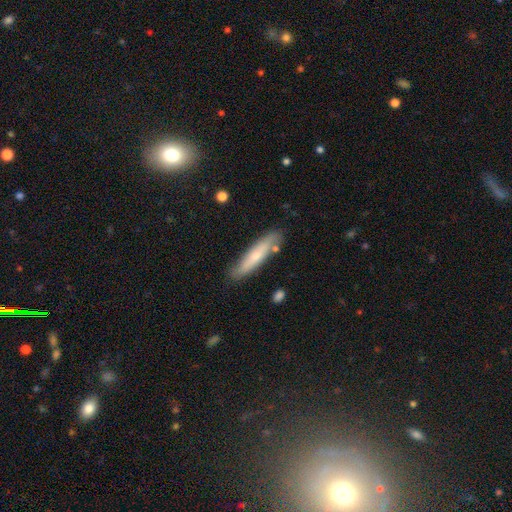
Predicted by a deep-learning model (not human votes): The model was most divided on "smooth or featured": smooth: 60%, featured or disk: 34%, star or artifact: 6%. More confident: how rounded — cigar-shaped (83%); merging — none (80%).